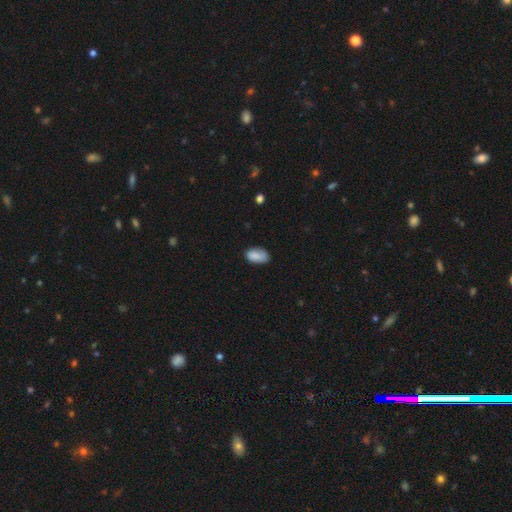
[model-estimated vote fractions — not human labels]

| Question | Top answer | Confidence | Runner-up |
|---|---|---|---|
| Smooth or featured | smooth | 86% | star or artifact (8%) |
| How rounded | in between | 92% | round (5%) |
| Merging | none | 70% | minor disturbance (24%) |